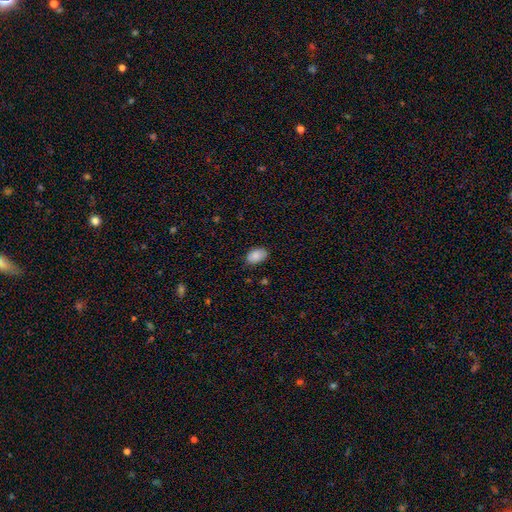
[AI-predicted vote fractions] Smooth or featured?
  - smooth: 87% *
  - star or artifact: 7%
  - featured or disk: 6%
How rounded?
  - in between: 91% *
  - round: 8%
  - cigar-shaped: 1%
Merging?
  - none: 83% *
  - minor disturbance: 14%
  - major disturbance: 3%
  - merger: 1%